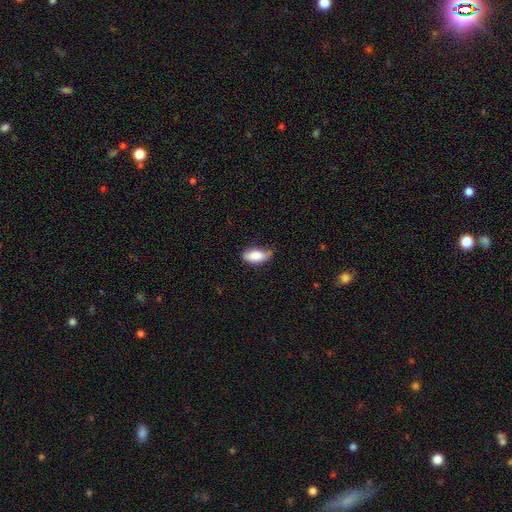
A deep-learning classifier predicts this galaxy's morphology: This appears to be a smooth galaxy with no disk features (85%) that is in between round and cigar-shaped (91%). Merging: none (56%).